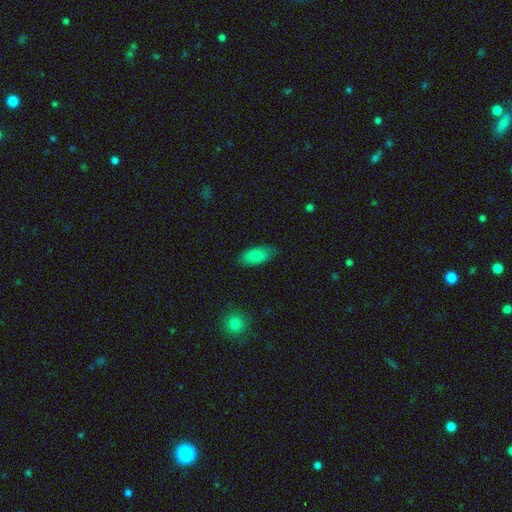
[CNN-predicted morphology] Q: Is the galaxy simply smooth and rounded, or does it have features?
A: smooth — 84%.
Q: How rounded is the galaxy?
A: in between — 91%.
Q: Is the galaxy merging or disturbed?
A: none — 82%.